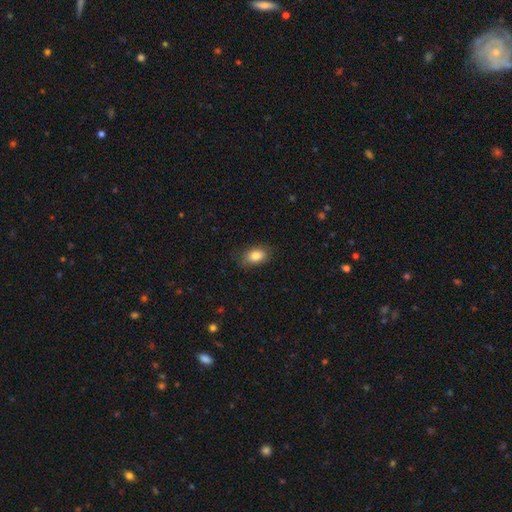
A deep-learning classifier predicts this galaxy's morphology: smooth 84%, star or artifact 8%, featured or disk 7%. Down the decision tree: how rounded — in between (85%); merging — none (81%).